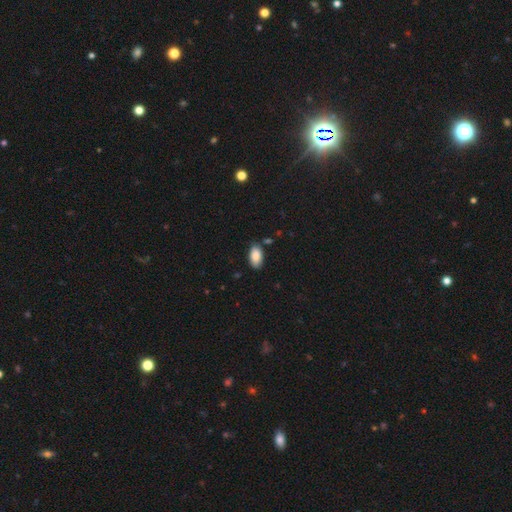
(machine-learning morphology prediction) smooth 87%, star or artifact 7%, featured or disk 6%. Down the decision tree: how rounded — in between (94%); merging — none (79%).